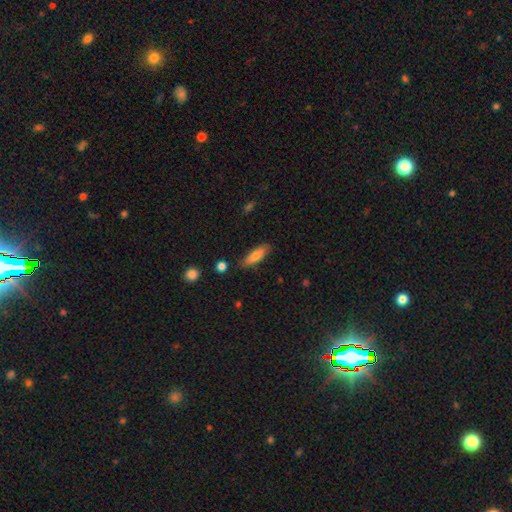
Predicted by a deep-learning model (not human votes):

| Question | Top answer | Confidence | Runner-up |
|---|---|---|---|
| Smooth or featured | smooth | 71% | featured or disk (23%) |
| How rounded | cigar-shaped | 57% | in between (41%) |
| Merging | none | 83% | minor disturbance (12%) |